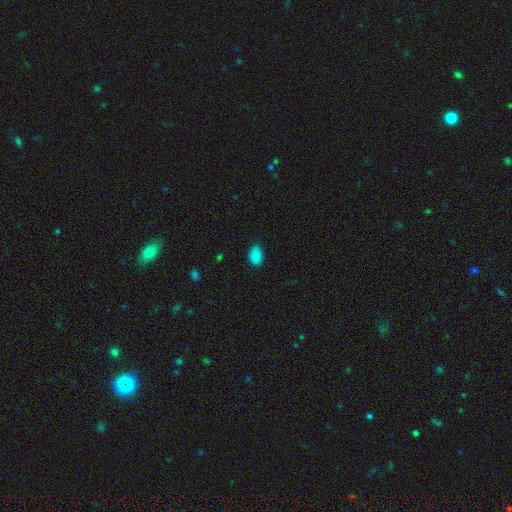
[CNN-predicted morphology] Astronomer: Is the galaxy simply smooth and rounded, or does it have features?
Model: smooth — 87%.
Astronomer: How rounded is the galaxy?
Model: in between — 86%.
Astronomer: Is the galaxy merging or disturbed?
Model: none — 81%.